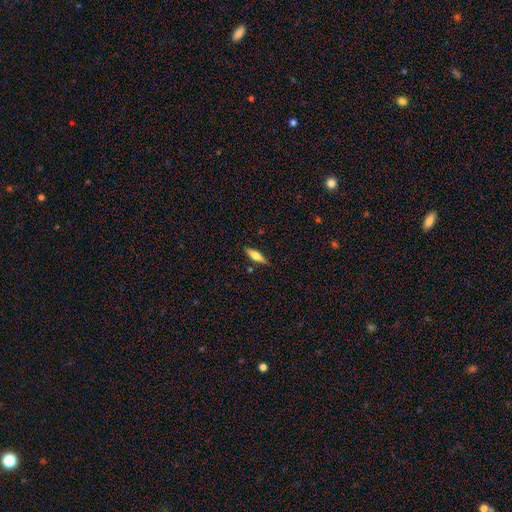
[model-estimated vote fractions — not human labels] smooth_or_featured: smooth (p=0.65) [alt: featured or disk p=0.28]
how_rounded: cigar-shaped (p=0.51) [alt: in between p=0.47]
merging: none (p=0.83) [alt: minor disturbance p=0.12]